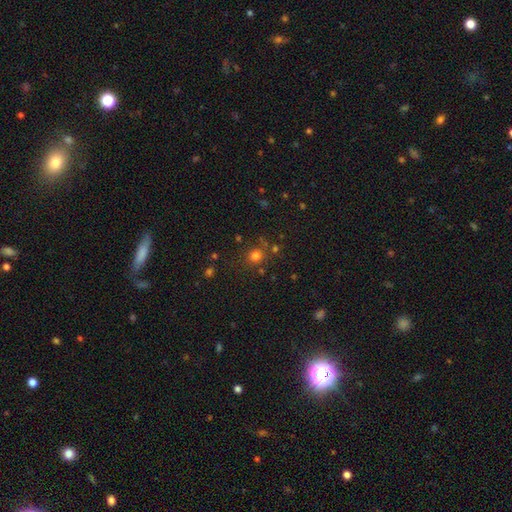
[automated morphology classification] Smooth or featured? Predicted: smooth (p=0.74). How rounded? Predicted: round (p=0.88). Merging? Predicted: none (p=0.75).